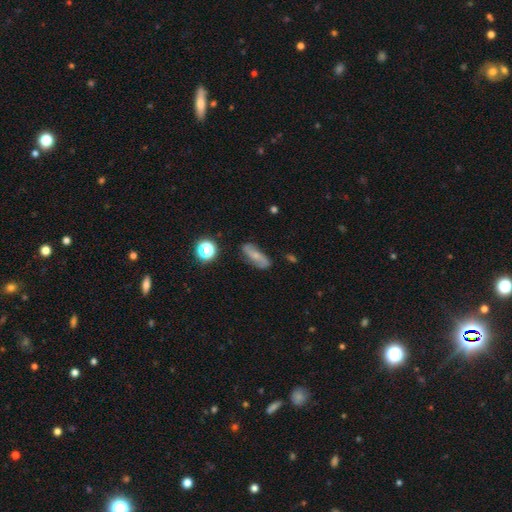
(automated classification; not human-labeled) Overall: featured or disk (50%; smooth 40%). Edge-on disk: no (86%). Merging: none (76%).